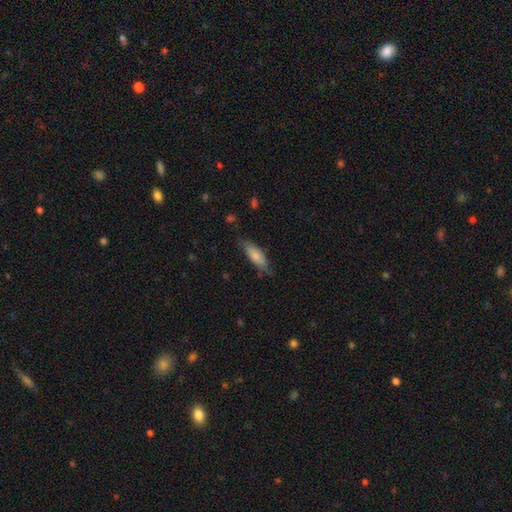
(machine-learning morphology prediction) A smooth galaxy with no disk features (79%) that is in between round and cigar-shaped (58%). Merging: none (68%).